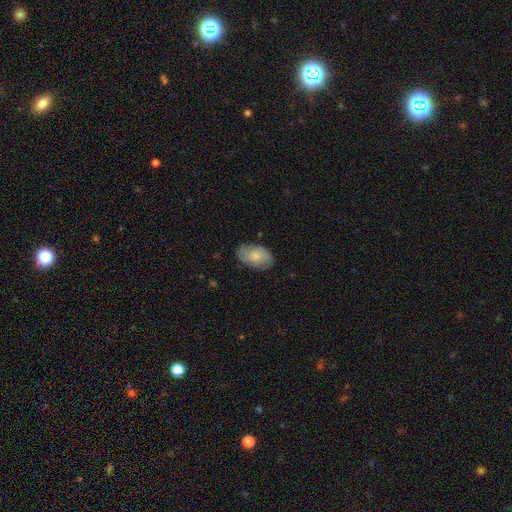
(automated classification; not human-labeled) smooth_or_featured: smooth (p=0.65) [alt: featured or disk p=0.29]
how_rounded: in between (p=0.92) [alt: round p=0.07]
merging: none (p=0.79) [alt: minor disturbance p=0.16]